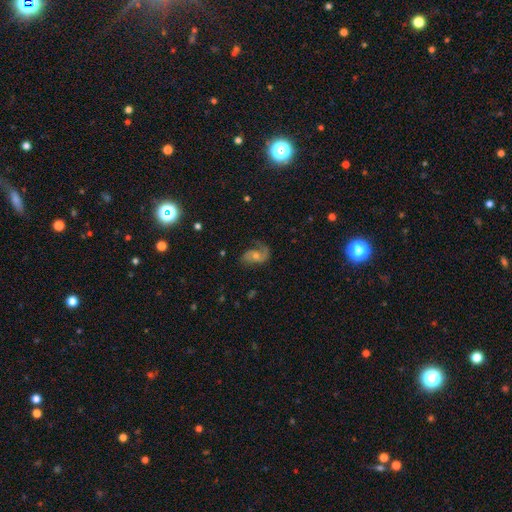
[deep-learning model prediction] A featured or disk galaxy (78%) with no bar (57%), 2 (73%) medium (45%) spiral arms (94%) and a small central bulge (48%). Merging: none (64%).